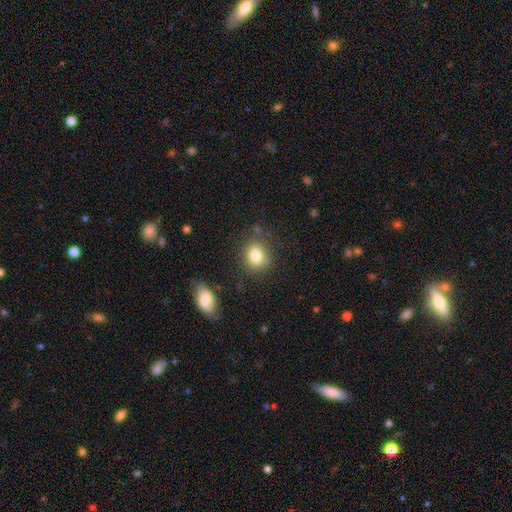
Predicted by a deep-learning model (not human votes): Smooth or featured? Predicted: smooth (p=0.81). How rounded? Predicted: round (p=0.72). Merging? Predicted: none (p=0.79).